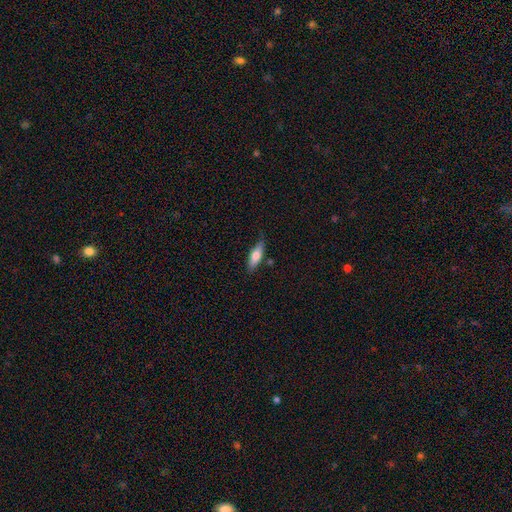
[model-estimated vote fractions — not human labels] Smooth or featured? smooth (70%)
How rounded? in between (51%)
Merging? none (74%)